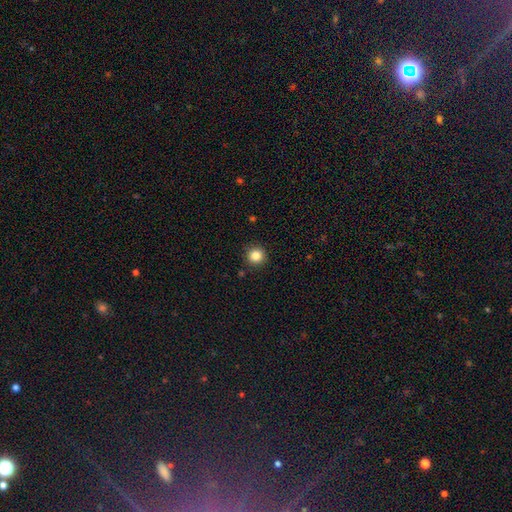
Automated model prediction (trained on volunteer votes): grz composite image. It shows a smooth galaxy with no disk features (85%) that is round (95%). Merging: none (91%).